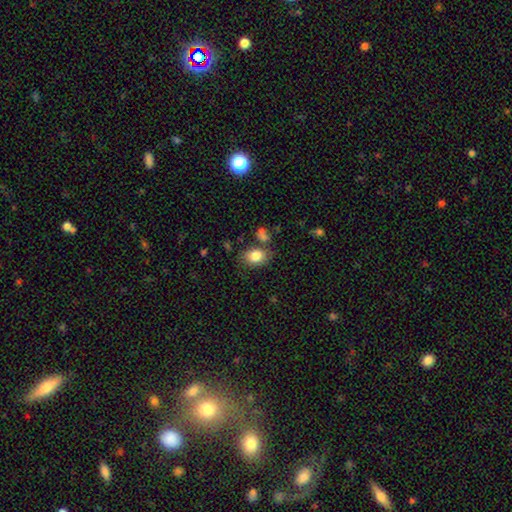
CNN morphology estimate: A smooth galaxy with no disk features (83%) that is in between round and cigar-shaped (69%). Merging: none (68%).